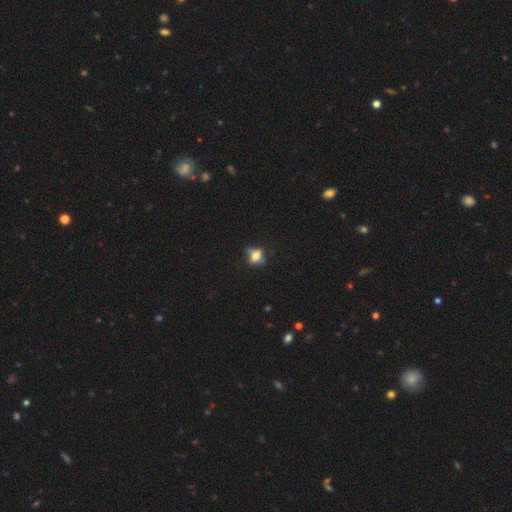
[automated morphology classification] Smooth or featured?
  - smooth: 57% *
  - featured or disk: 29%
  - star or artifact: 14%
How rounded?
  - in between: 54% *
  - round: 41%
  - cigar-shaped: 5%
Merging?
  - none: 58% *
  - minor disturbance: 25%
  - major disturbance: 12%
  - merger: 5%